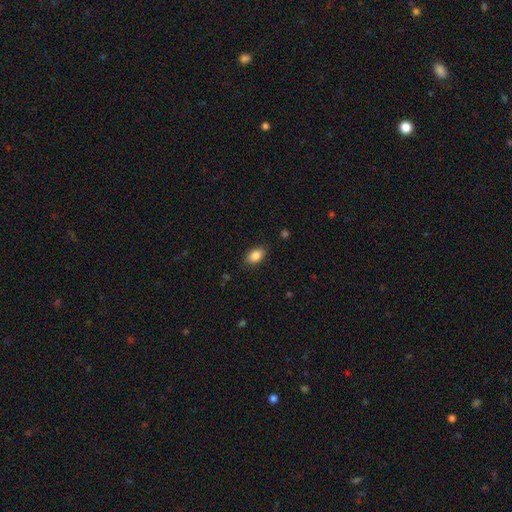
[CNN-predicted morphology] Q: Smooth or featured?
A: smooth (86%); runner-up: star or artifact (8%)
Q: How rounded?
A: in between (88%); runner-up: round (11%)
Q: Merging?
A: none (86%); runner-up: minor disturbance (11%)